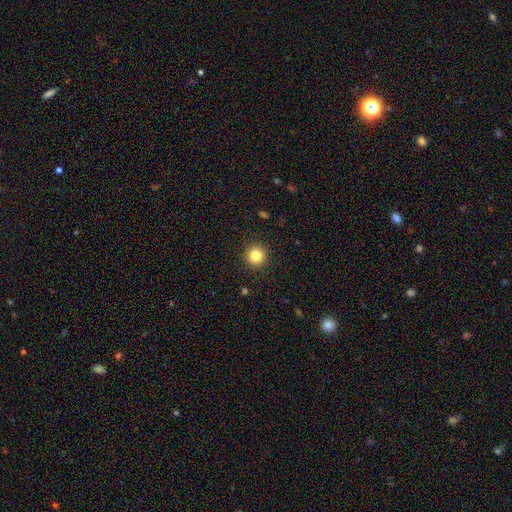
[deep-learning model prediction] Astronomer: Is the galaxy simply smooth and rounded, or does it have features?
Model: smooth — 83%.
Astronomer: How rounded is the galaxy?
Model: round — 96%.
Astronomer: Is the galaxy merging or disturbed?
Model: none — 92%.